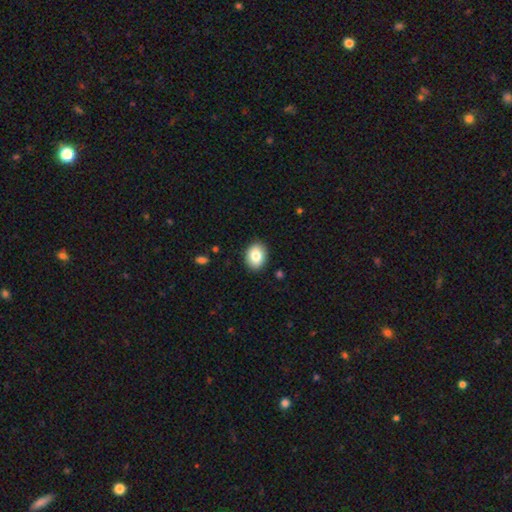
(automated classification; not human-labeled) A smooth galaxy with no disk features (82%) that is in between round and cigar-shaped (61%). Merging: none (89%).